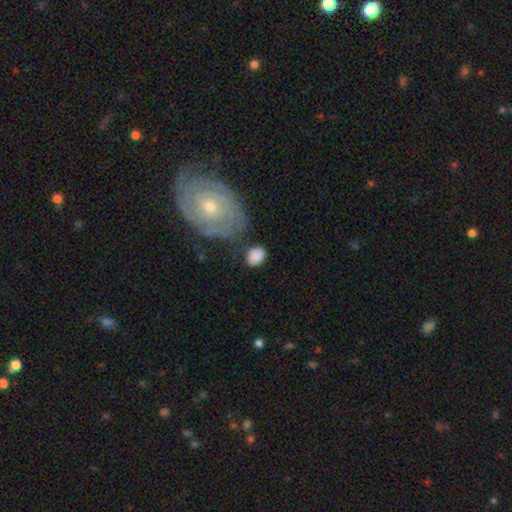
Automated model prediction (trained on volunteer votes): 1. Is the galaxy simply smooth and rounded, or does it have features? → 82% smooth, 11% featured or disk, 7% star or artifact.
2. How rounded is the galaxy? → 64% in between, 35% round, 1% cigar-shaped.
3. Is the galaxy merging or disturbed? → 68% none, 17% minor disturbance, 8% major disturbance, 7% merger.